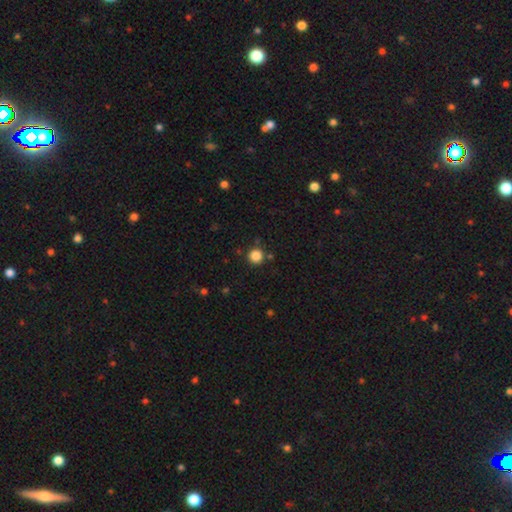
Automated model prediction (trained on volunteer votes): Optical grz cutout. It shows a smooth galaxy with no disk features (85%) that is round (95%). Merging: none (88%).